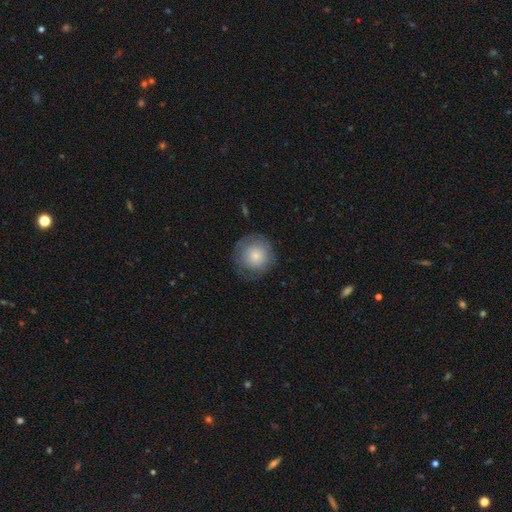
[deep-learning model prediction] Morphology: type=smooth (75%); roundness=round (93%); merging=none (75%).